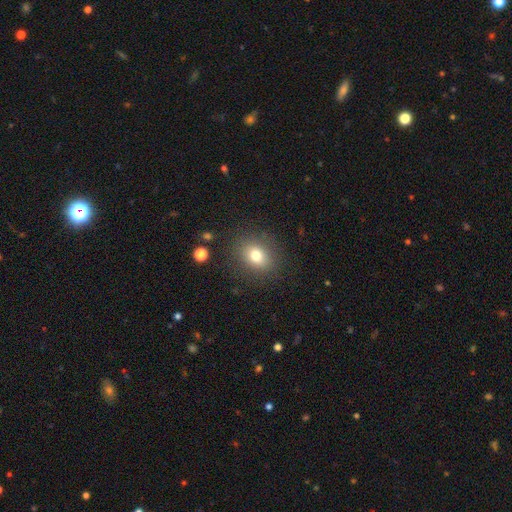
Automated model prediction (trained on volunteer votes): The model was most divided on "how rounded": round: 58%, in between: 41%, cigar-shaped: 1%. More confident: merging — none (85%); smooth or featured — smooth (77%).